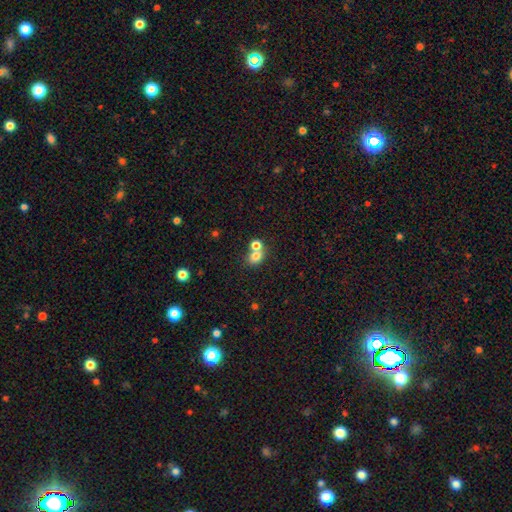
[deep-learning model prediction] smooth 76%, star or artifact 13%, featured or disk 11%. Down the decision tree: how rounded — round (59%); merging — merger (48%).